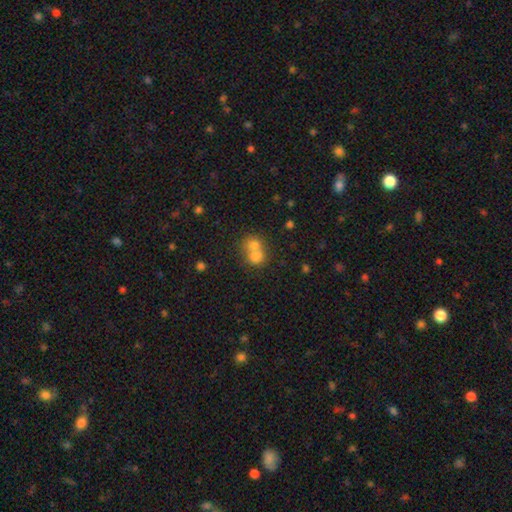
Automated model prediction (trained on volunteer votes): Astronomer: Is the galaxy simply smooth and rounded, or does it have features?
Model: smooth — 72%.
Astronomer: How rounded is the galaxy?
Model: round — 67%.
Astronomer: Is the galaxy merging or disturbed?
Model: merger — 66%.